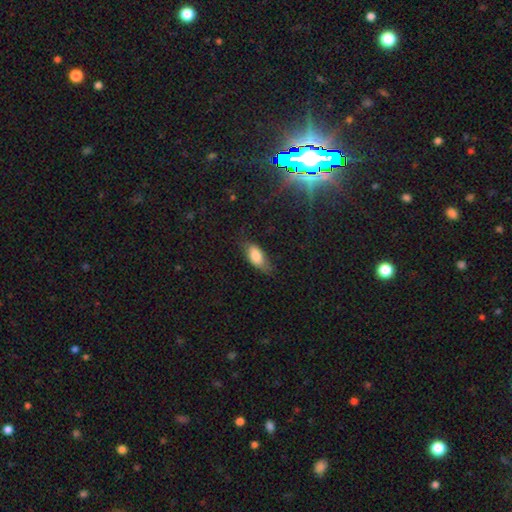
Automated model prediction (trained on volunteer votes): This is likely a smooth galaxy (80%). How rounded: clearly in between (85%). Merging: likely none (62%).